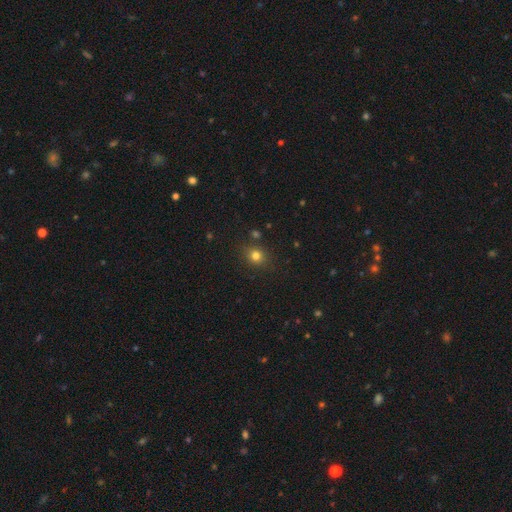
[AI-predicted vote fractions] smooth_or_featured: smooth (p=0.78) [alt: star or artifact p=0.15]
how_rounded: round (p=0.74) [alt: in between p=0.25]
merging: none (p=0.84) [alt: minor disturbance p=0.10]